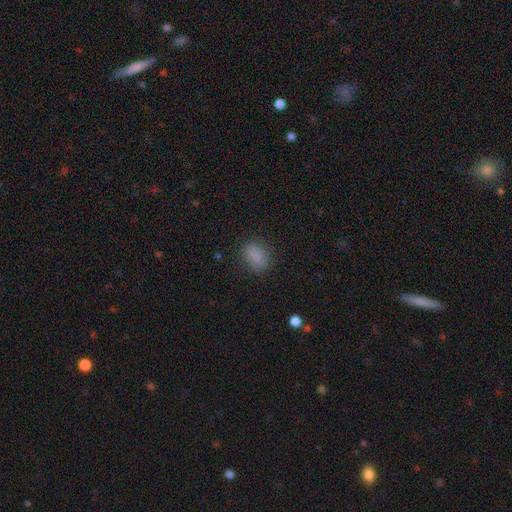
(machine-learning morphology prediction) smooth_or_featured: smooth (p=0.84) [alt: star or artifact p=0.11]
how_rounded: in between (p=0.78) [alt: round p=0.19]
merging: none (p=0.81) [alt: minor disturbance p=0.13]